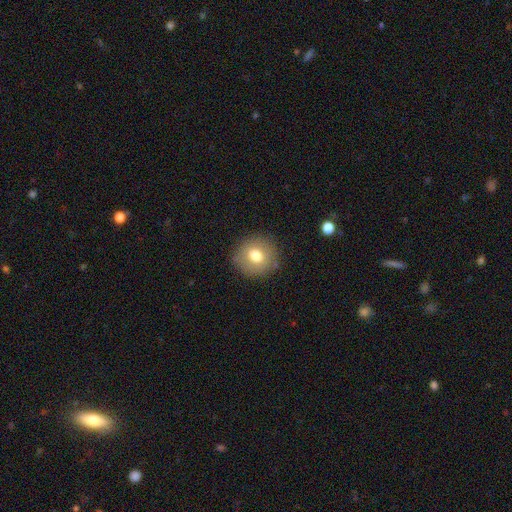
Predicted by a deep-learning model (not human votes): smooth-or-featured: smooth: 75% | featured or disk: 16% | star or artifact: 9%
  how-rounded: round: 89% | in between: 10% | cigar-shaped: 1%
  merging: none: 86% | minor disturbance: 9% | major disturbance: 3% | merger: 1%